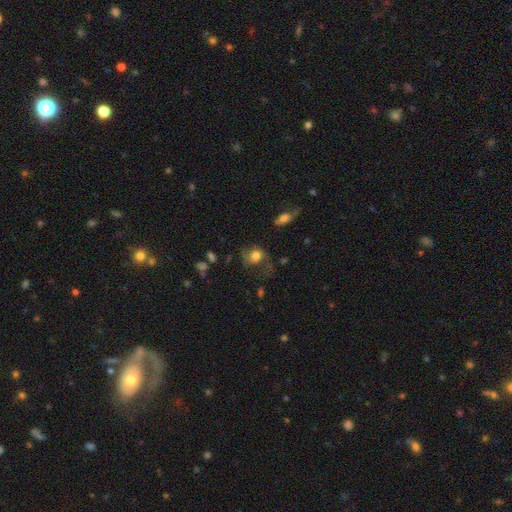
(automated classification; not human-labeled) Q: Smooth or featured?
A: smooth (52%); runner-up: featured or disk (38%)
Q: How rounded?
A: round (64%); runner-up: in between (34%)
Q: Merging?
A: none (46%); runner-up: major disturbance (28%)